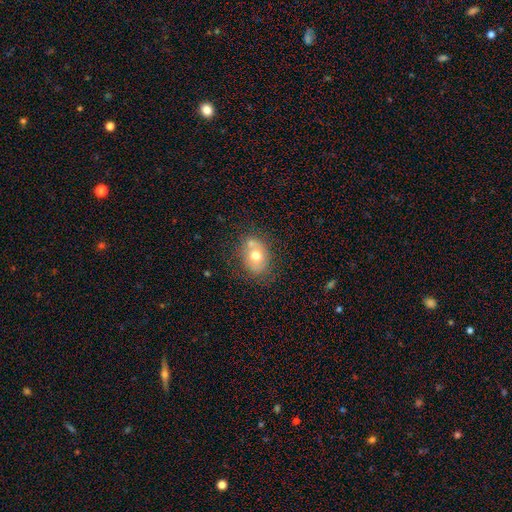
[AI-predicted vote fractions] smooth-or-featured: smooth: 64% | featured or disk: 26% | star or artifact: 10%
  how-rounded: in between: 60% | round: 39% | cigar-shaped: 1%
  merging: none: 58% | merger: 20% | minor disturbance: 17% | major disturbance: 5%